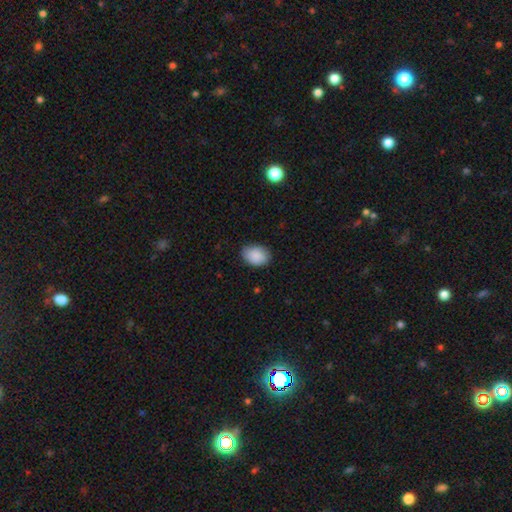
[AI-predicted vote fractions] Overall: smooth (89%). How rounded: in between (75%). Merging: none (83%).